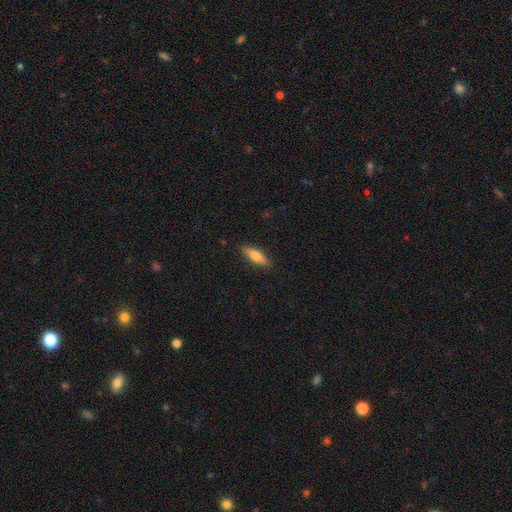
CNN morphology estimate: type=smooth (70%); roundness=cigar-shaped (55%); merging=none (88%).